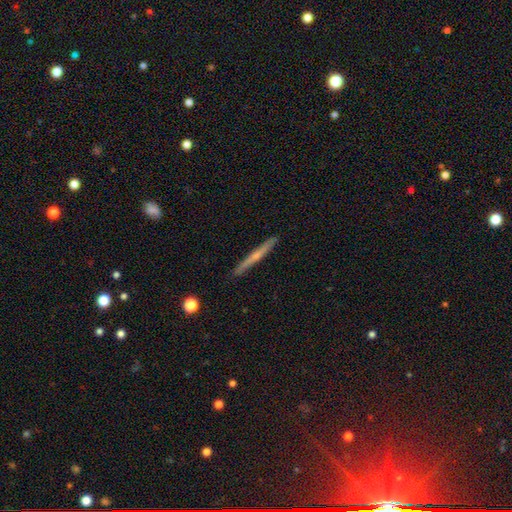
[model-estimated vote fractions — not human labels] The model was most divided on "edge-on bulge": none: 50%, rounded: 45%, boxy: 5%. More confident: edge-on disk — yes (97%); merging — none (91%); smooth or featured — featured or disk (57%).